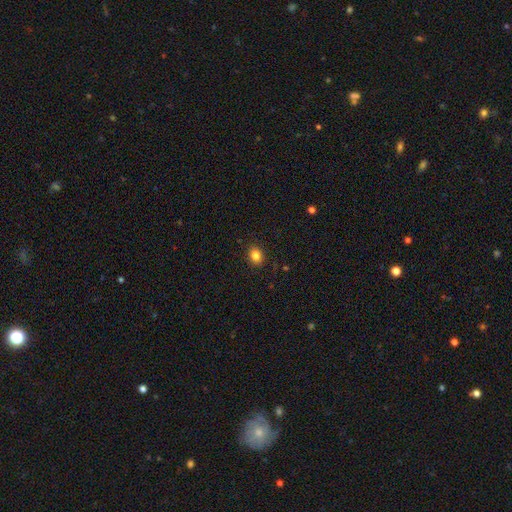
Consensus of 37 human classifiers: A smooth galaxy with no disk features (89%) that is in between round and cigar-shaped (58%). Merging: none (83%).